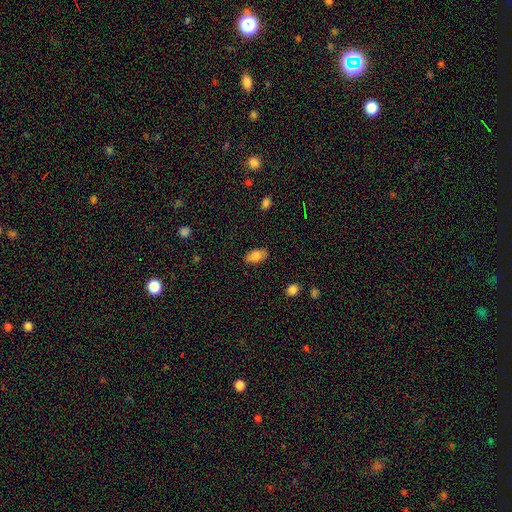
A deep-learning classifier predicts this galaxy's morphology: Smooth or featured? smooth (83%)
How rounded? in between (92%)
Merging? none (86%)